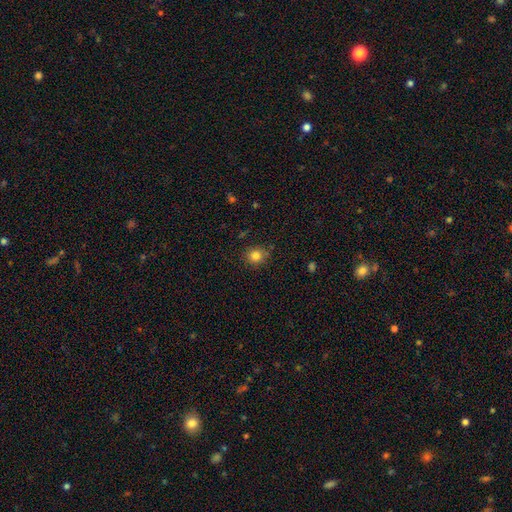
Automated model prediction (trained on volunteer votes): A smooth galaxy with no disk features (83%) that is round (79%).

Vote fractions:
- Smooth or featured? smooth: 83% / star or artifact: 11% / featured or disk: 6%
- How rounded? round: 79% / in between: 20% / cigar-shaped: 1%
- Merging? none: 81% / minor disturbance: 14% / major disturbance: 3% / merger: 2%